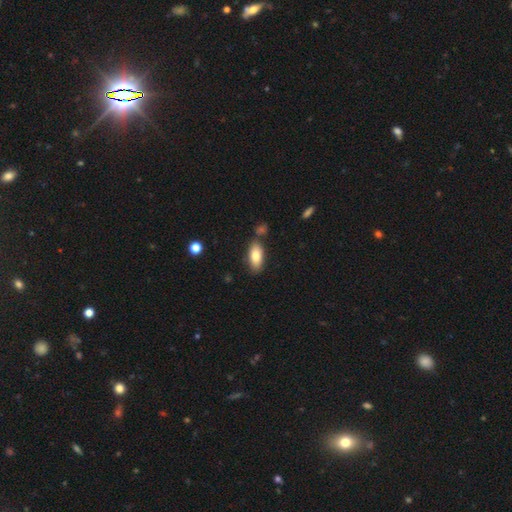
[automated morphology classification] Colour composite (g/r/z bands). It shows a smooth galaxy with no disk features (80%) that is in between round and cigar-shaped (87%). Merging: none (76%).